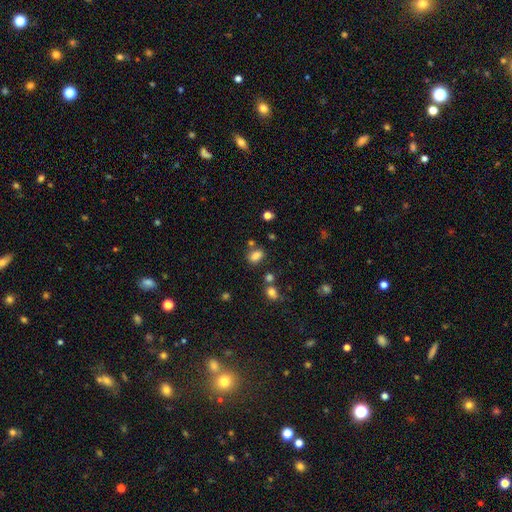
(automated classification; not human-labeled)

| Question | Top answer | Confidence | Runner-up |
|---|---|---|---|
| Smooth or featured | smooth | 81% | star or artifact (13%) |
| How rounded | in between | 76% | round (22%) |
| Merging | none | 66% | minor disturbance (15%) |